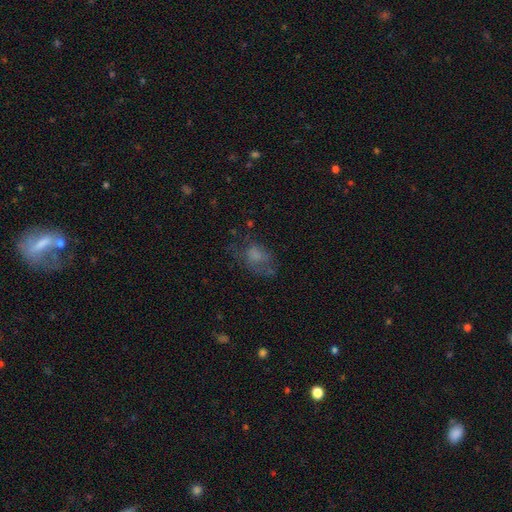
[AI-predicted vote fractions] Q: Smooth or featured?
A: smooth (54%); runner-up: featured or disk (30%)
Q: How rounded?
A: in between (77%); runner-up: round (20%)
Q: Merging?
A: none (42%); runner-up: major disturbance (30%)